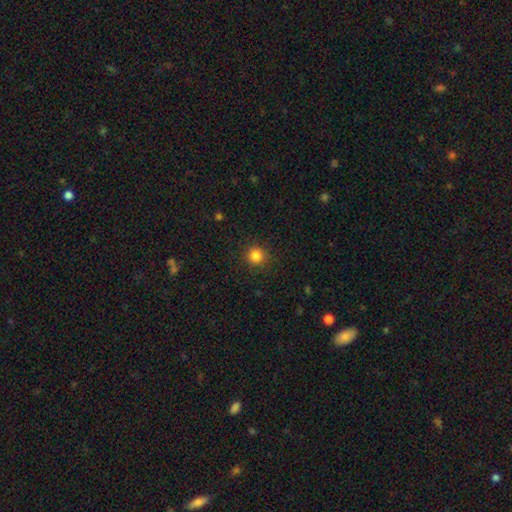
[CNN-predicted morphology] type=smooth (84%); roundness=round (93%); merging=none (90%).